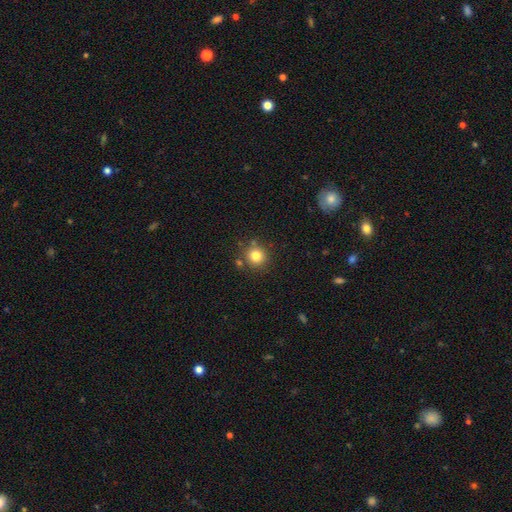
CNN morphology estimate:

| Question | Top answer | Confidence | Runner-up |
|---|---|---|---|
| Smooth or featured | smooth | 81% | star or artifact (12%) |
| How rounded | round | 93% | in between (7%) |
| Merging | none | 81% | minor disturbance (9%) |